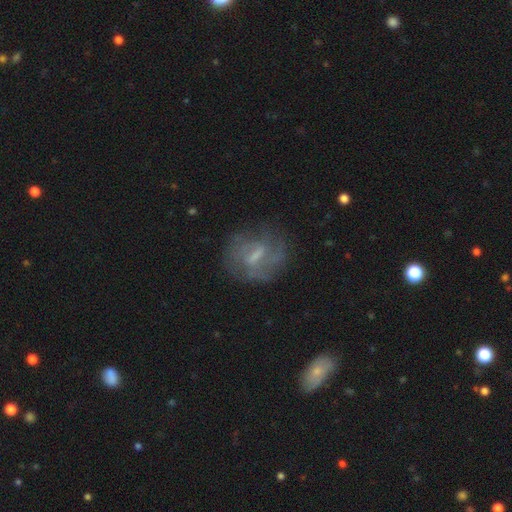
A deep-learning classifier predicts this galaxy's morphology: featured or disk 65%, smooth 25%, star or artifact 10%. Down the decision tree: edge-on disk — no (94%); bar — weak (53%); spiral arms — yes (68%); bulge size — small (38%); merging — none (64%).